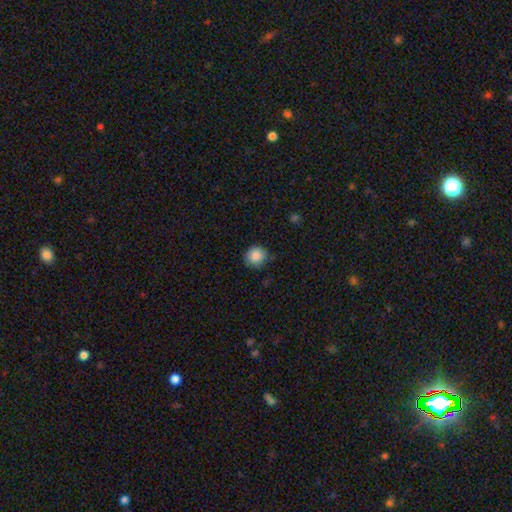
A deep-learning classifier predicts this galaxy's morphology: Overall: smooth (86%). How rounded: round (89%). Merging: none (81%).